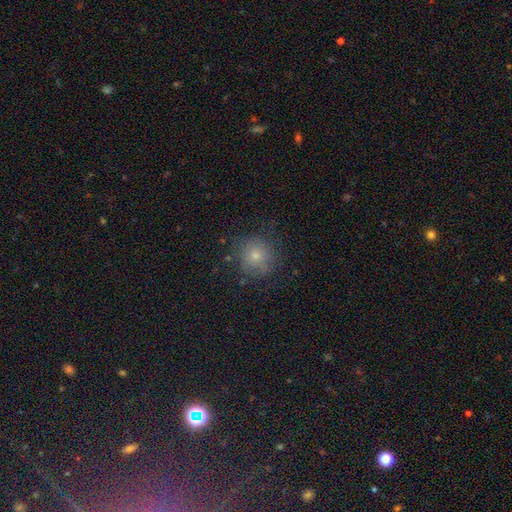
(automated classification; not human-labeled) smooth 75%, star or artifact 14%, featured or disk 12%. Down the decision tree: how rounded — round (92%); merging — none (78%).